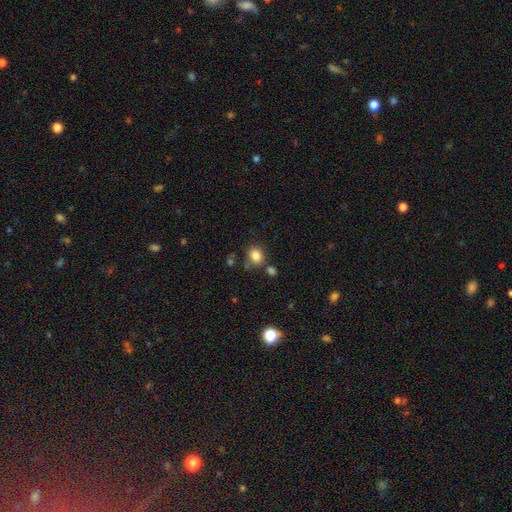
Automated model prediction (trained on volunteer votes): This appears to be a smooth galaxy with no disk features (84%) that is round (56%). Merging: none (71%).